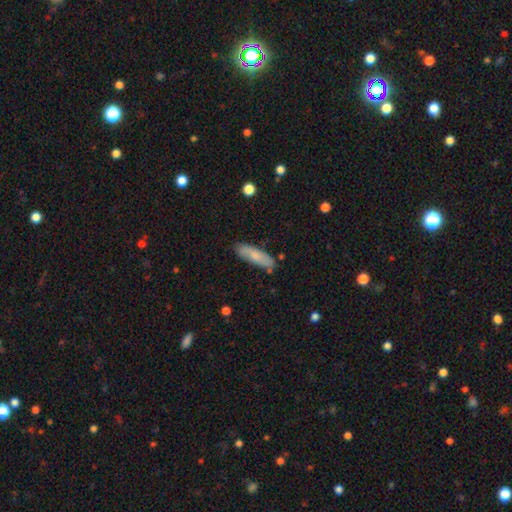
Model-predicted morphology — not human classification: smooth-or-featured: smooth: 71% | featured or disk: 23% | star or artifact: 6%
  how-rounded: cigar-shaped: 57% | in between: 41% | round: 2%
  merging: none: 81% | minor disturbance: 14% | major disturbance: 2% | merger: 2%